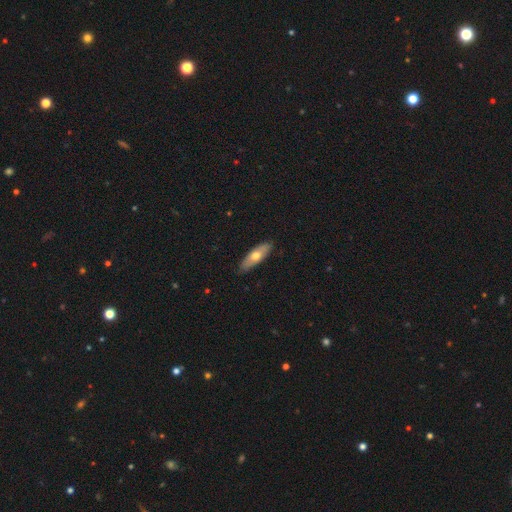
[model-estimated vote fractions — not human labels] Overall: smooth (59%; featured or disk 36%). How rounded: in between (58%; cigar-shaped 39%). Merging: none (87%).